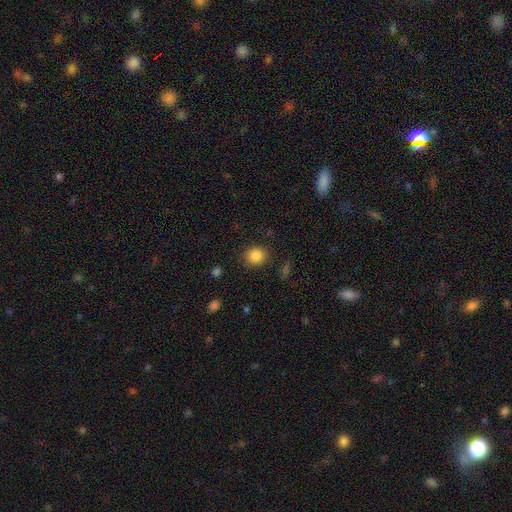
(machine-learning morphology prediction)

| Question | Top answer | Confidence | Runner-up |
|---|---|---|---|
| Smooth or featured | smooth | 85% | star or artifact (11%) |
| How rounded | round | 83% | in between (16%) |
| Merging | none | 88% | minor disturbance (8%) |